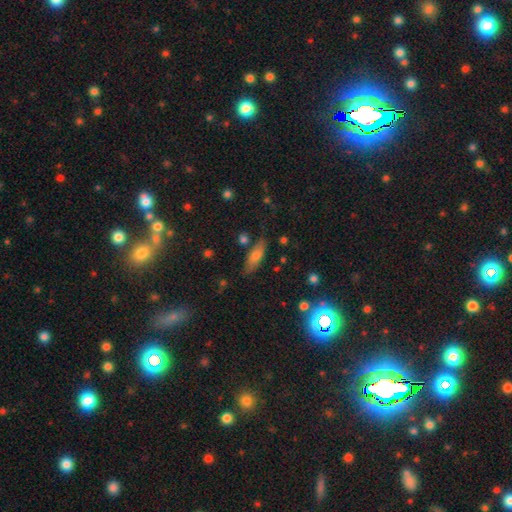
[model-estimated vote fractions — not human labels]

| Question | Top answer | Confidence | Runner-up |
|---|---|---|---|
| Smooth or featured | smooth | 71% | featured or disk (20%) |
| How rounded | in between | 58% | cigar-shaped (39%) |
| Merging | none | 78% | minor disturbance (14%) |